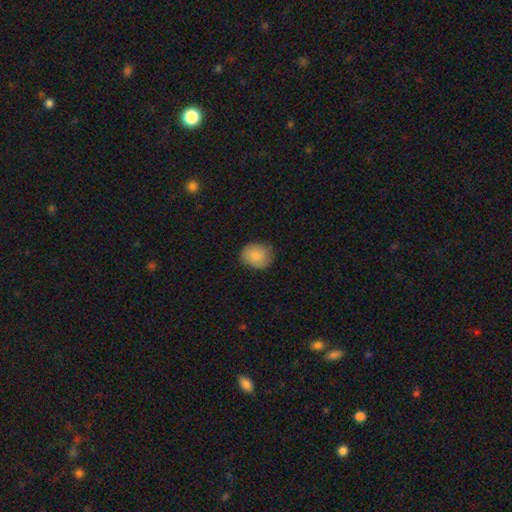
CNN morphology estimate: Q: Smooth or featured?
A: smooth (82%); runner-up: featured or disk (11%)
Q: How rounded?
A: round (63%); runner-up: in between (36%)
Q: Merging?
A: none (78%); runner-up: minor disturbance (18%)